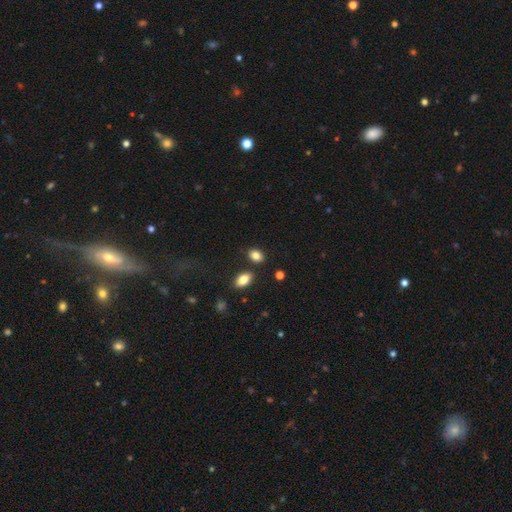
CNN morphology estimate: smooth-or-featured: smooth: 84% | star or artifact: 9% | featured or disk: 7%
  how-rounded: in between: 79% | round: 19% | cigar-shaped: 2%
  merging: none: 79% | minor disturbance: 11% | merger: 7% | major disturbance: 3%